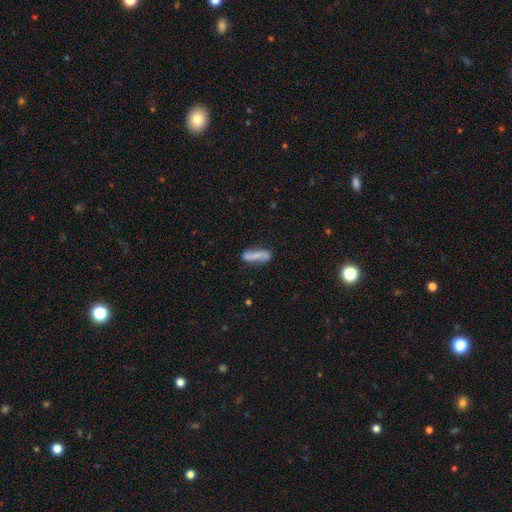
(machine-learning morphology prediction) Smooth or featured: smooth — 62% (featured or disk — 31%)
How rounded: cigar-shaped — 58% (in between — 40%)
Merging: none — 68% (minor disturbance — 21%)